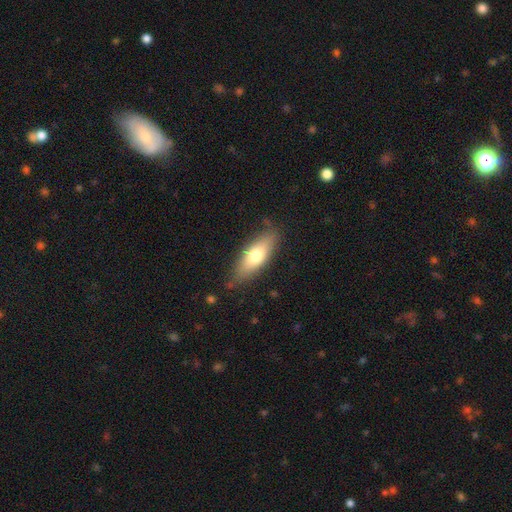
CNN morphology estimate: A smooth galaxy with no disk features (66%) that is in between round and cigar-shaped (64%).

Vote fractions:
- Smooth or featured? smooth: 66% / featured or disk: 27% / star or artifact: 6%
- How rounded? in between: 64% / cigar-shaped: 34% / round: 3%
- Merging? none: 78% / minor disturbance: 17% / major disturbance: 4% / merger: 2%